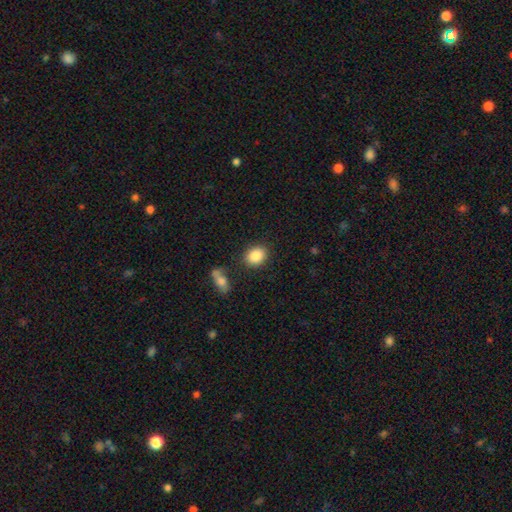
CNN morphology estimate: smooth-or-featured: smooth: 87% | star or artifact: 8% | featured or disk: 6%
  how-rounded: in between: 55% | round: 44% | cigar-shaped: 1%
  merging: none: 81% | minor disturbance: 10% | merger: 5% | major disturbance: 3%